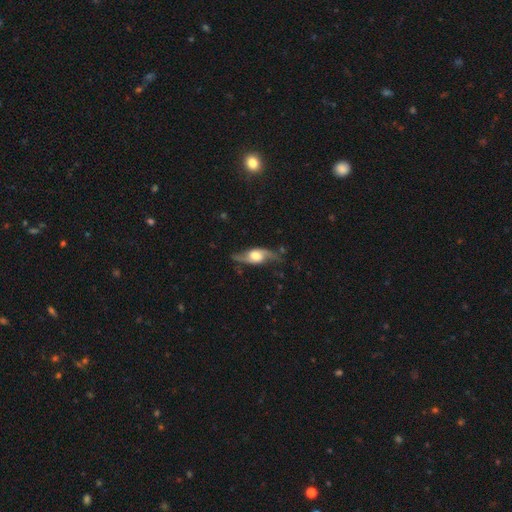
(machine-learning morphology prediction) Q: Smooth or featured?
A: featured or disk (77%); runner-up: smooth (17%)
Q: Edge-on disk?
A: no (78%); runner-up: yes (22%)
Q: Bar?
A: no (57%); runner-up: weak (33%)
Q: Spiral arms?
A: yes (91%); runner-up: no (9%)
Q: Spiral winding?
A: loose (67%); runner-up: medium (26%)
Q: Spiral arm count?
A: 2 (92%); runner-up: can't tell (4%)
Q: Bulge size?
A: moderate (44%); runner-up: large (39%)
Q: Merging?
A: none (70%); runner-up: minor disturbance (20%)